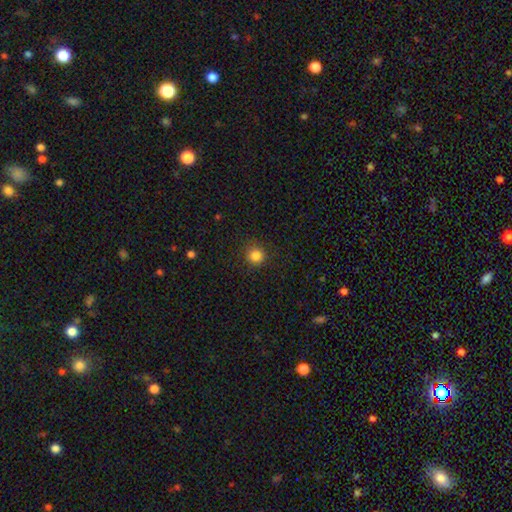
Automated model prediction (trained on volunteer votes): Q: Smooth or featured?
A: smooth (84%); runner-up: star or artifact (12%)
Q: How rounded?
A: round (93%); runner-up: in between (6%)
Q: Merging?
A: none (89%); runner-up: minor disturbance (7%)